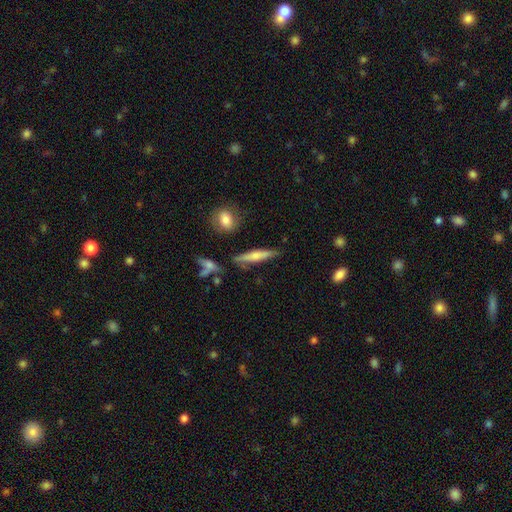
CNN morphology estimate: A smooth galaxy with no disk features (58%) that is cigar-shaped (84%). Merging: none (77%).